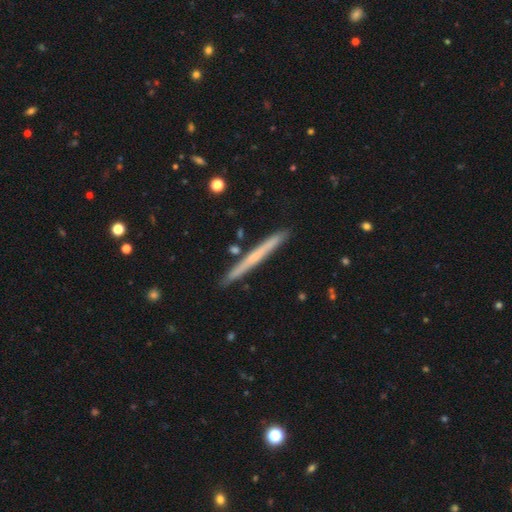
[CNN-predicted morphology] A featured or disk galaxy (47%, tied with smooth).

Vote fractions:
- Smooth or featured? featured or disk: 47% (tied) / smooth: 47% (tied) / star or artifact: 6%
- Merging? none: 90% / minor disturbance: 7% / merger: 2% / major disturbance: 1%